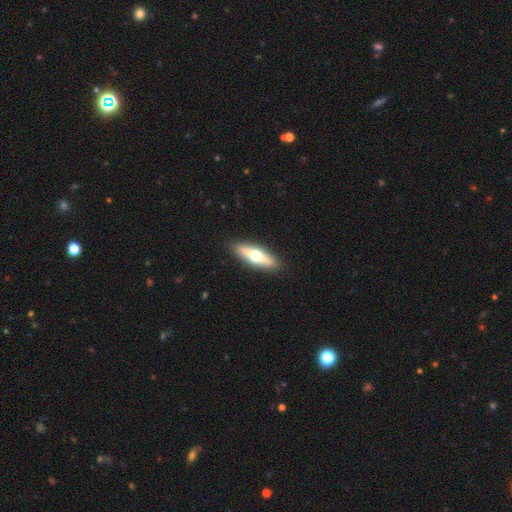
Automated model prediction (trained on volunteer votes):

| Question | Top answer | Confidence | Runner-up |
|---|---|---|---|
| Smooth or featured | featured or disk | 48% | smooth (46%) |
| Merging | none | 90% | minor disturbance (7%) |